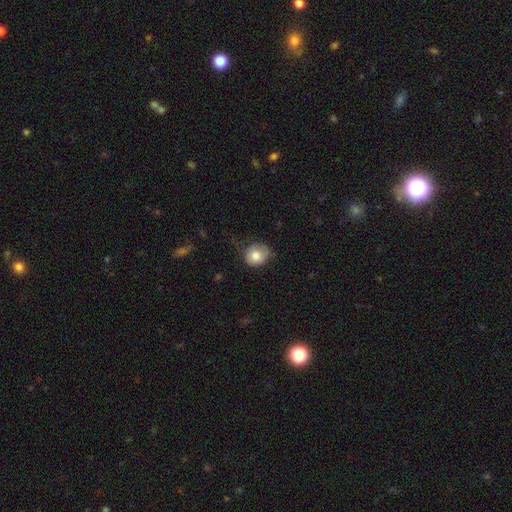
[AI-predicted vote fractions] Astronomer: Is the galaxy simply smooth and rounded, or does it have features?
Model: smooth — 80%.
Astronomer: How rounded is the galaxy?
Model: round — 80%.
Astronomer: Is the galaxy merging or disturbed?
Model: none — 57%.